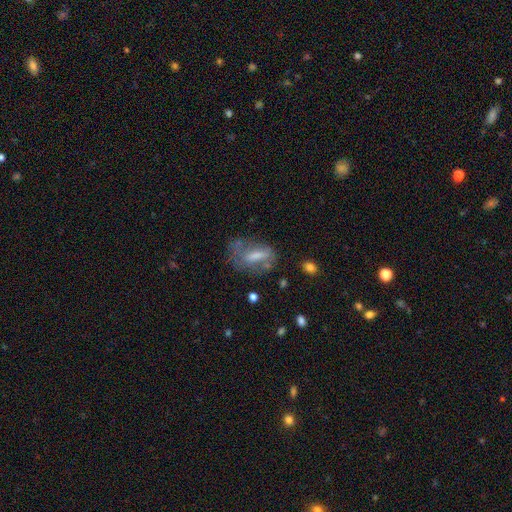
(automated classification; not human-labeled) A smooth galaxy with no disk features (49%). Merging: none (45%).